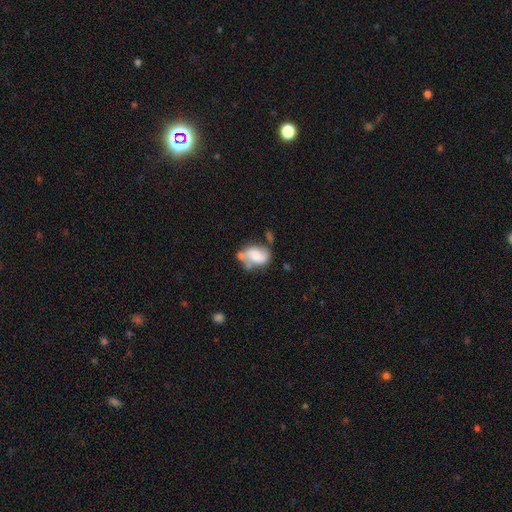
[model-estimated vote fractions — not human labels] Q: Smooth or featured?
A: featured or disk (51%); runner-up: smooth (40%)
Q: Edge-on disk?
A: no (97%); runner-up: yes (3%)
Q: Merging?
A: none (37%); runner-up: minor disturbance (26%)